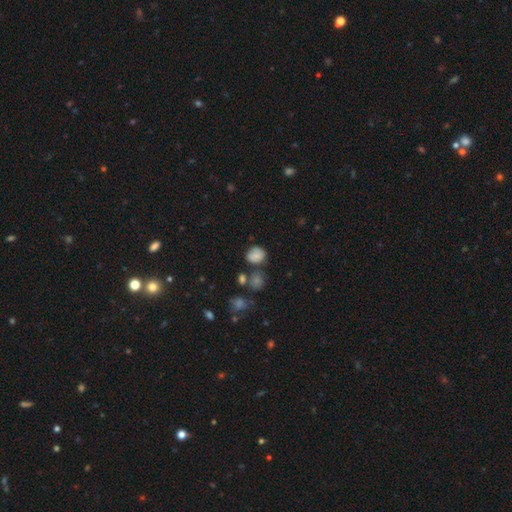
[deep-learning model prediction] Smooth or featured: smooth — 78% (star or artifact — 12%)
How rounded: round — 64% (in between — 35%)
Merging: none — 62% (minor disturbance — 20%)